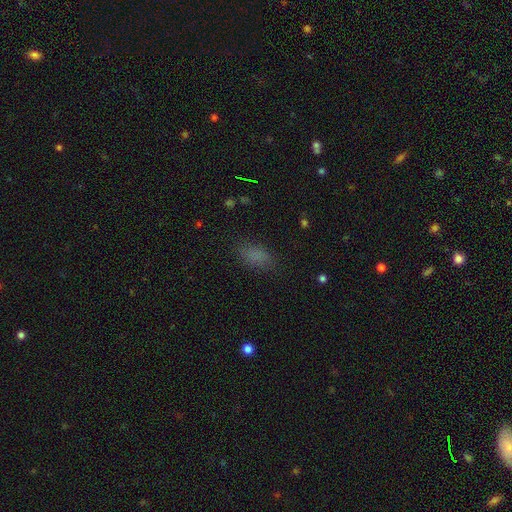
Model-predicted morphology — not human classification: Smooth or featured? smooth (79%)
How rounded? in between (87%)
Merging? none (78%)